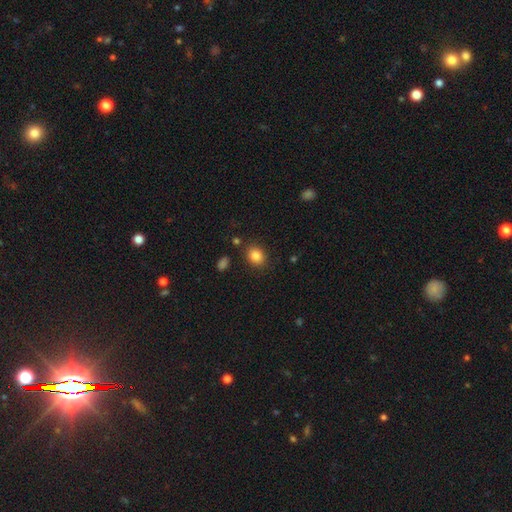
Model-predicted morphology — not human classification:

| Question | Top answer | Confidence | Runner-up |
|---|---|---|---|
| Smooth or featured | smooth | 85% | star or artifact (10%) |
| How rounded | round | 53% | in between (46%) |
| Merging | none | 83% | minor disturbance (10%) |